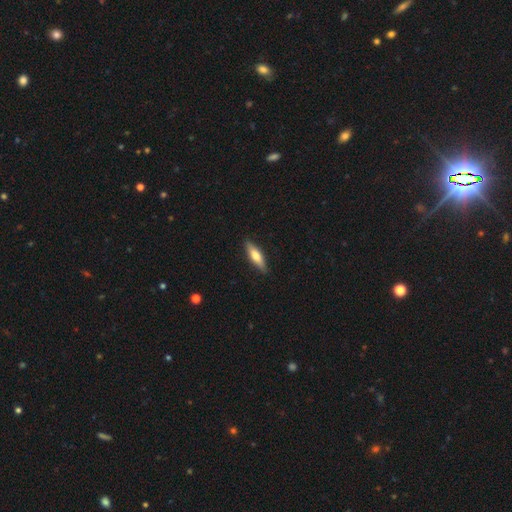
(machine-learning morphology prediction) A smooth galaxy with no disk features (64%) that is cigar-shaped (59%).

Vote fractions:
- Smooth or featured? smooth: 64% / featured or disk: 30% / star or artifact: 5%
- How rounded? cigar-shaped: 59% / in between: 39% / round: 2%
- Merging? none: 88% / minor disturbance: 9% / major disturbance: 2% / merger: 1%